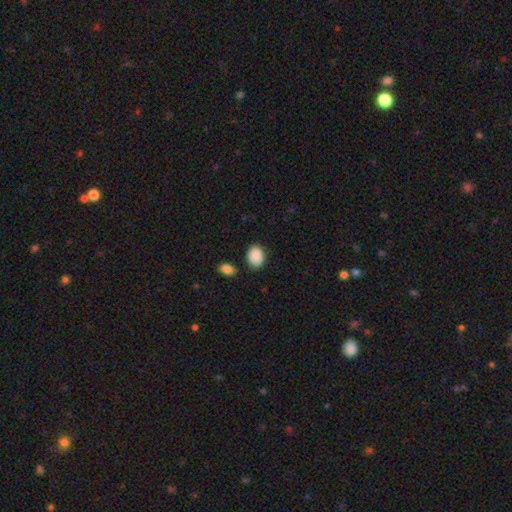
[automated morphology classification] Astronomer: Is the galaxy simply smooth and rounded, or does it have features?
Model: smooth — 90%.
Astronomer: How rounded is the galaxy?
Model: in between — 70%.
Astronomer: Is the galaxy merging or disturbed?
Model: none — 79%.